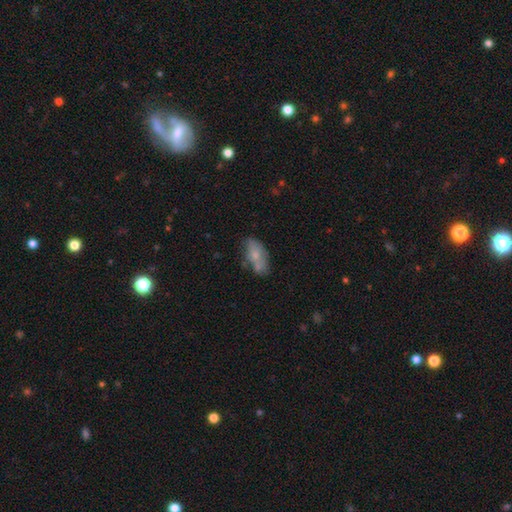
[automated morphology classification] Smooth or featured? smooth (61%)
How rounded? in between (85%)
Merging? none (50%)